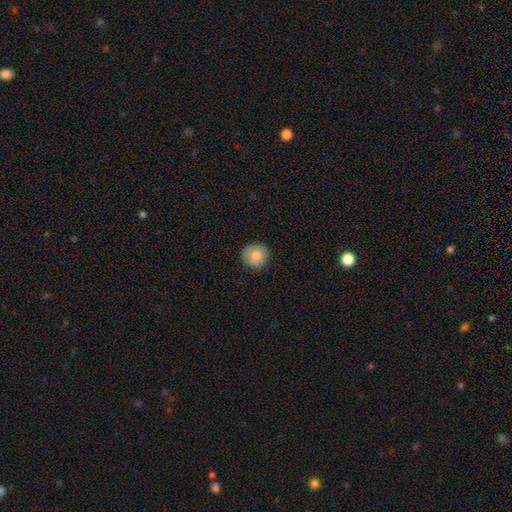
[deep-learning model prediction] Smooth or featured?
  - smooth: 84% *
  - featured or disk: 9%
  - star or artifact: 8%
How rounded?
  - round: 93% *
  - in between: 6%
  - cigar-shaped: 1%
Merging?
  - none: 87% *
  - minor disturbance: 10%
  - major disturbance: 2%
  - merger: 1%